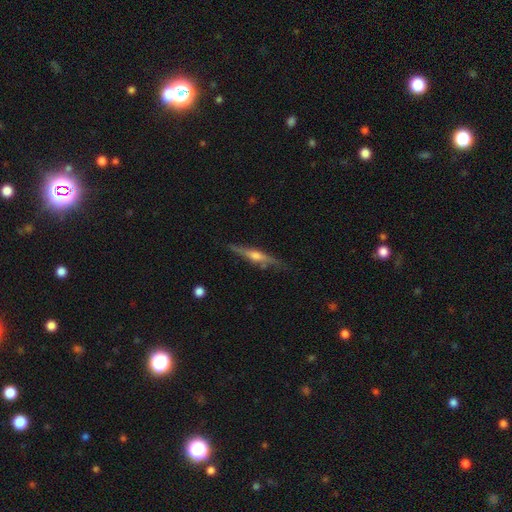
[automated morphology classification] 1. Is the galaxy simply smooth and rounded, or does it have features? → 68% featured or disk, 26% smooth, 6% star or artifact.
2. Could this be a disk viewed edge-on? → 95% yes, 5% no.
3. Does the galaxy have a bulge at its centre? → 81% rounded, 11% boxy, 8% none.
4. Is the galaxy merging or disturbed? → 78% none, 16% minor disturbance, 4% major disturbance, 2% merger.